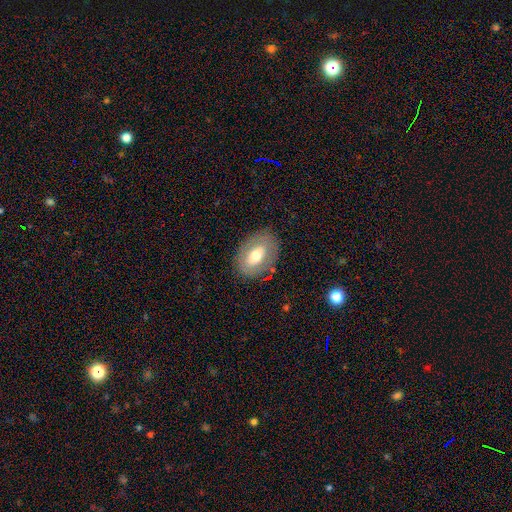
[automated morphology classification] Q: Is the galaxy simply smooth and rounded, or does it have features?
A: smooth — 55%.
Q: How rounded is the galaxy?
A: in between — 82%.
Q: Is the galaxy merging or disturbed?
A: none — 80%.